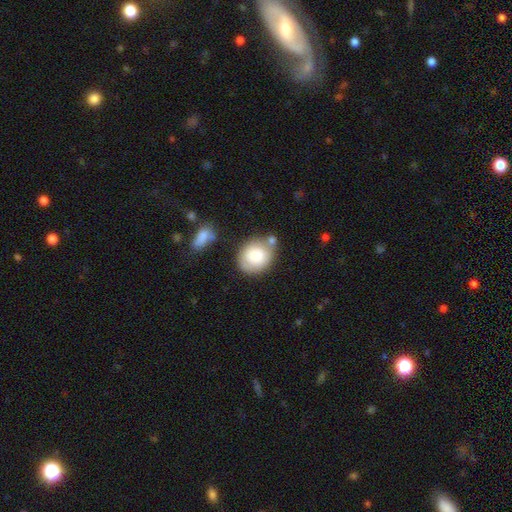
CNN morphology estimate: smooth 79%, featured or disk 15%, star or artifact 7%. Down the decision tree: how rounded — round (64%); merging — none (62%).